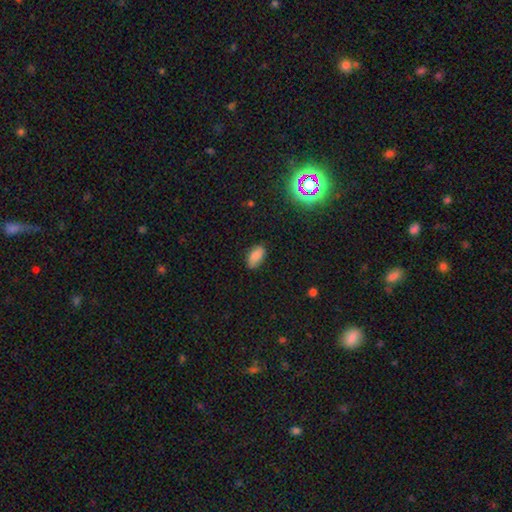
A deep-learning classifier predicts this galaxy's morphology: smooth-or-featured: smooth: 85% | star or artifact: 11% | featured or disk: 5%
  how-rounded: in between: 93% | round: 3% | cigar-shaped: 3%
  merging: none: 82% | minor disturbance: 14% | major disturbance: 3% | merger: 1%